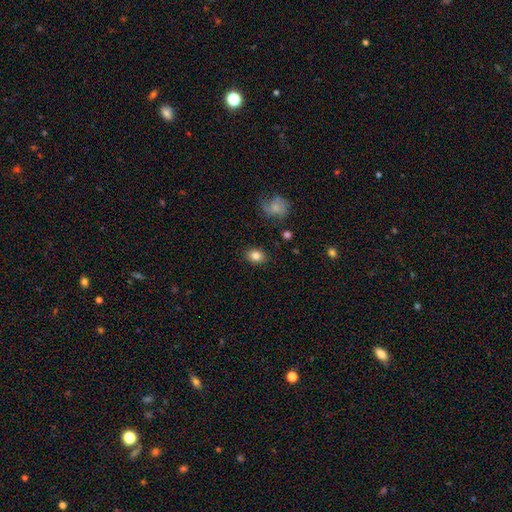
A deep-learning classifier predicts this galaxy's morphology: The model was most divided on "how rounded": in between: 61%, round: 38%, cigar-shaped: 1%. More confident: merging — none (85%); smooth or featured — smooth (84%).